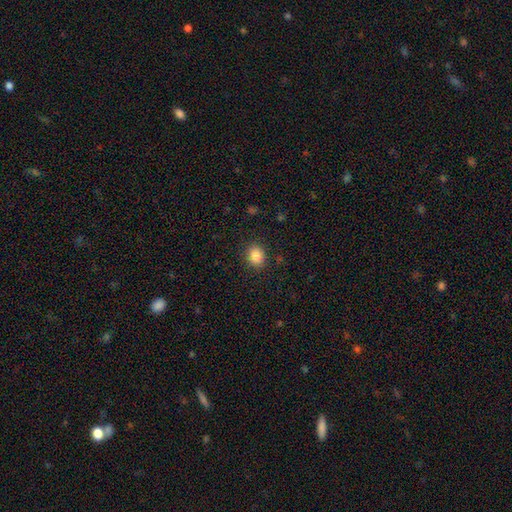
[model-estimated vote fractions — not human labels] smooth-or-featured: smooth: 86% | star or artifact: 10% | featured or disk: 4%
  how-rounded: round: 59% | in between: 40% | cigar-shaped: 1%
  merging: none: 88% | minor disturbance: 8% | major disturbance: 3% | merger: 1%